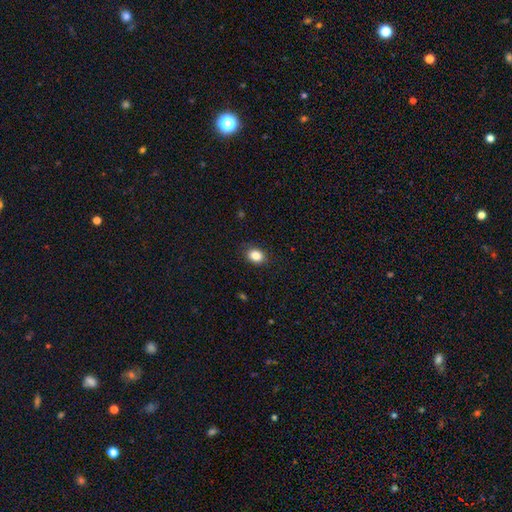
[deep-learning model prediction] smooth_or_featured: smooth (p=0.86) [alt: star or artifact p=0.09]
how_rounded: in between (p=0.62) [alt: round p=0.37]
merging: none (p=0.86) [alt: minor disturbance p=0.10]